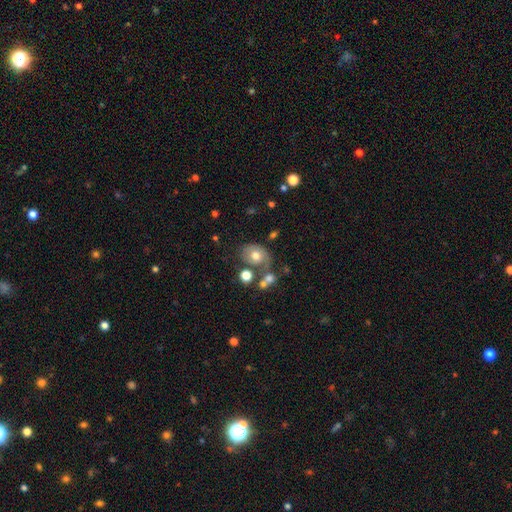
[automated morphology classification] Smooth or featured?
  - smooth: 60% *
  - featured or disk: 30%
  - star or artifact: 11%
How rounded?
  - in between: 56% *
  - round: 43%
  - cigar-shaped: 1%
Merging?
  - none: 48% *
  - minor disturbance: 20%
  - merger: 20%
  - major disturbance: 12%